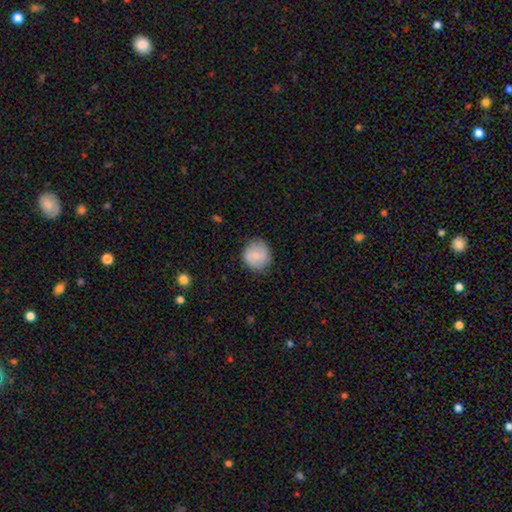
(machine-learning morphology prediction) Overall: smooth (75%). How rounded: round (90%). Merging: none (82%).